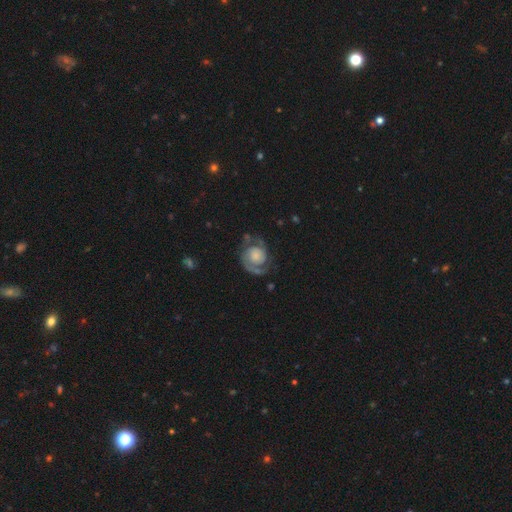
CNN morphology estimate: Smooth or featured: featured or disk — 84% (smooth — 11%)
Edge-on disk: no — 98% (yes — 2%)
Bar: no — 74% (weak — 22%)
Spiral arms: yes — 95% (no — 5%)
Spiral winding: medium — 44% (tight — 38%)
Spiral arm count: 2 — 85% (1 — 7%)
Bulge size: large — 31% (small — 21%)
Merging: none — 67% (minor disturbance — 18%)